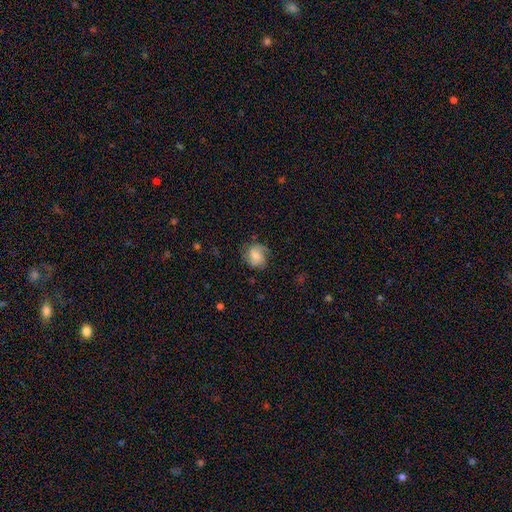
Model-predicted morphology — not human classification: A featured or disk galaxy (46%).

Vote fractions:
- Smooth or featured? featured or disk: 46% / smooth: 45% / star or artifact: 8%
- Merging? none: 65% / minor disturbance: 23% / major disturbance: 11% / merger: 1%